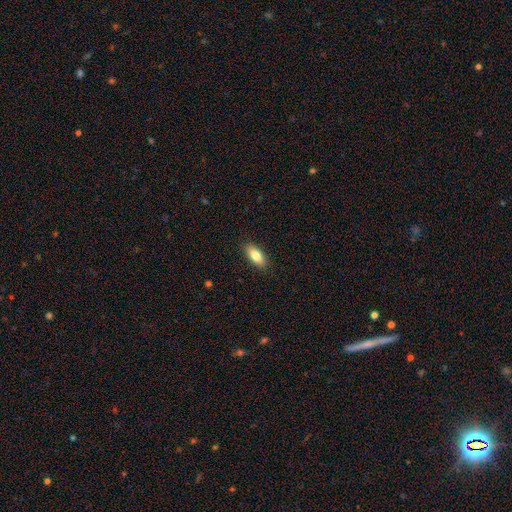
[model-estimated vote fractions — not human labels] Smooth or featured: smooth — 82% (featured or disk — 11%)
How rounded: in between — 84% (cigar-shaped — 14%)
Merging: none — 89% (minor disturbance — 8%)